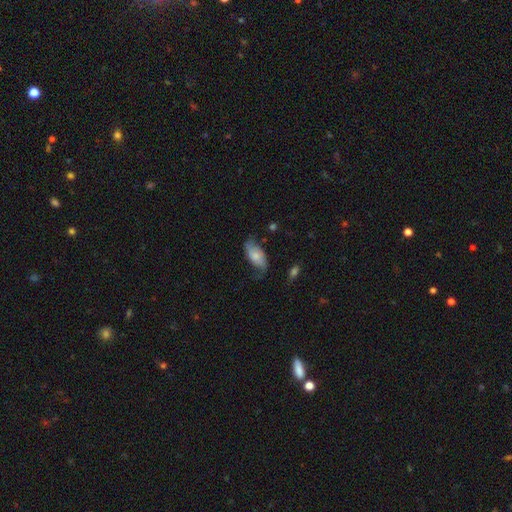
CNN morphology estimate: smooth 52%, featured or disk 40%, star or artifact 8%. Down the decision tree: how rounded — in between (92%); merging — none (53%).